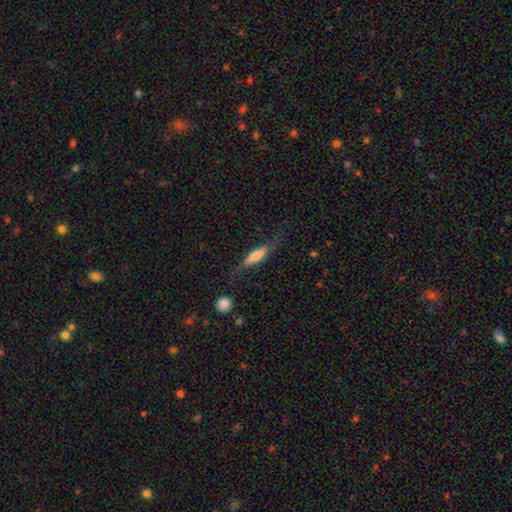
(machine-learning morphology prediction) A smooth galaxy with no disk features (53%) that is cigar-shaped (61%).

Vote fractions:
- Smooth or featured? smooth: 53% / featured or disk: 41% / star or artifact: 7%
- How rounded? cigar-shaped: 61% / in between: 35% / round: 3%
- Merging? none: 55% / minor disturbance: 24% / major disturbance: 18% / merger: 3%